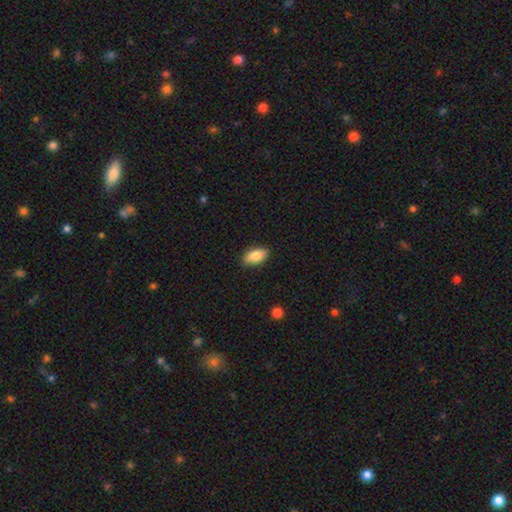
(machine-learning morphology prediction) Smooth or featured: smooth — 84% (featured or disk — 9%)
How rounded: in between — 91% (cigar-shaped — 6%)
Merging: none — 88% (minor disturbance — 9%)